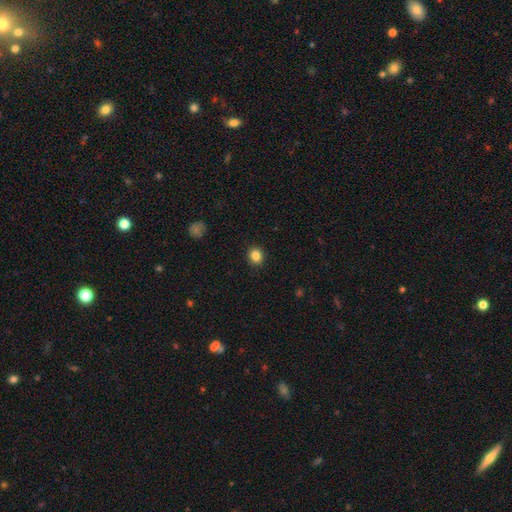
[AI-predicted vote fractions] smooth-or-featured: smooth: 85% | star or artifact: 11% | featured or disk: 4%
  how-rounded: round: 76% | in between: 23% | cigar-shaped: 1%
  merging: none: 91% | minor disturbance: 6% | major disturbance: 2% | merger: 1%